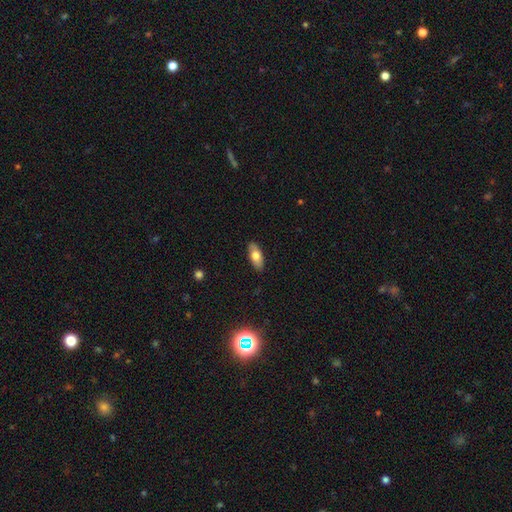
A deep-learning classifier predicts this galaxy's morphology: A smooth galaxy with no disk features (71%) that is in between round and cigar-shaped (81%). Merging: none (87%).